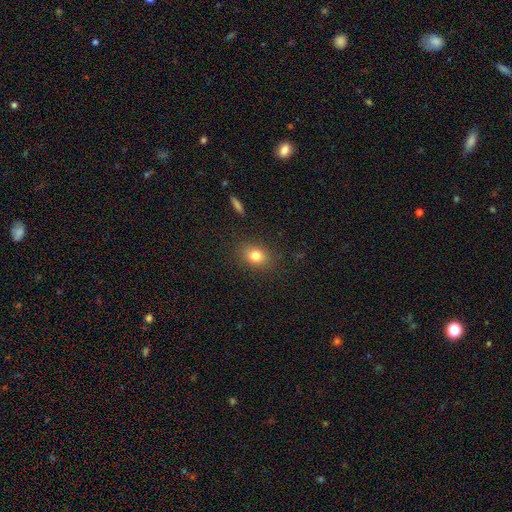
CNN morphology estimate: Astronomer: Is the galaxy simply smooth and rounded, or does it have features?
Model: smooth — 80%.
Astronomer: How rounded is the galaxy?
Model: in between — 54% (runner-up: round, 44%).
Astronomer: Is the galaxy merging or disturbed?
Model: none — 86%.